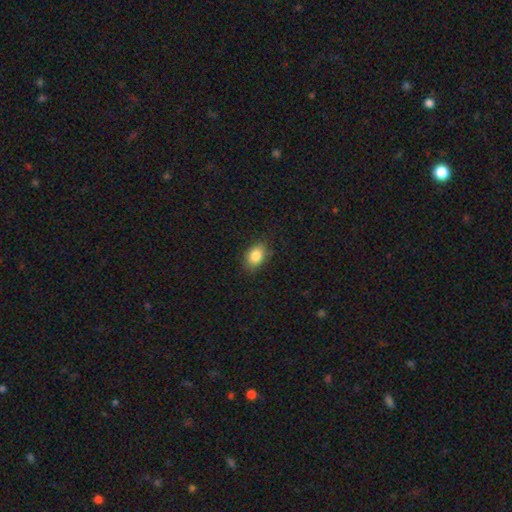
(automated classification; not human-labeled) Smooth or featured: smooth — 85% (star or artifact — 9%)
How rounded: in between — 79% (round — 20%)
Merging: none — 83% (minor disturbance — 13%)